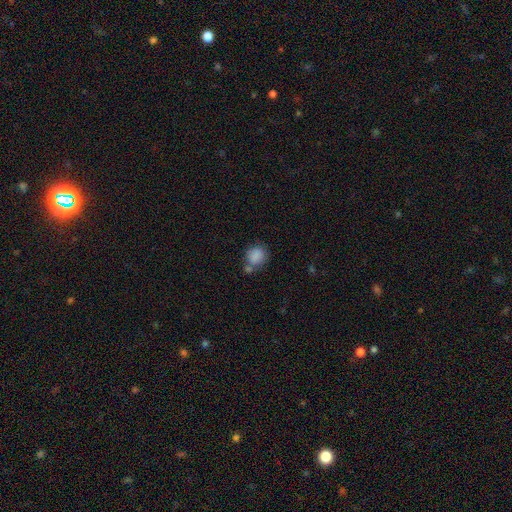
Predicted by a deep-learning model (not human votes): smooth-or-featured: smooth: 85% | star or artifact: 9% | featured or disk: 7%
  how-rounded: round: 72% | in between: 27% | cigar-shaped: 1%
  merging: none: 53% | merger: 23% | minor disturbance: 17% | major disturbance: 7%